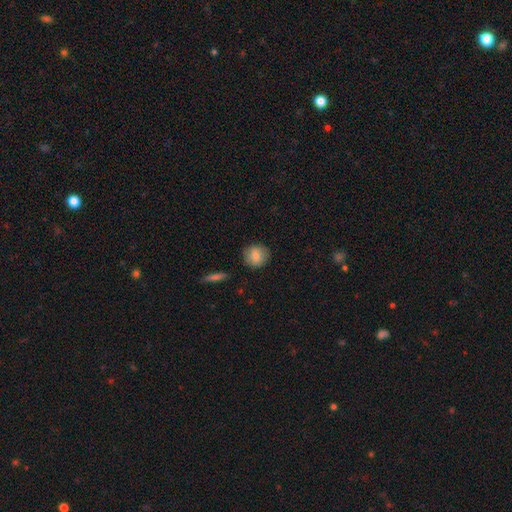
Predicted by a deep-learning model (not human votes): Smooth or featured: smooth — 80% (featured or disk — 12%)
How rounded: round — 84% (in between — 15%)
Merging: none — 85% (minor disturbance — 11%)